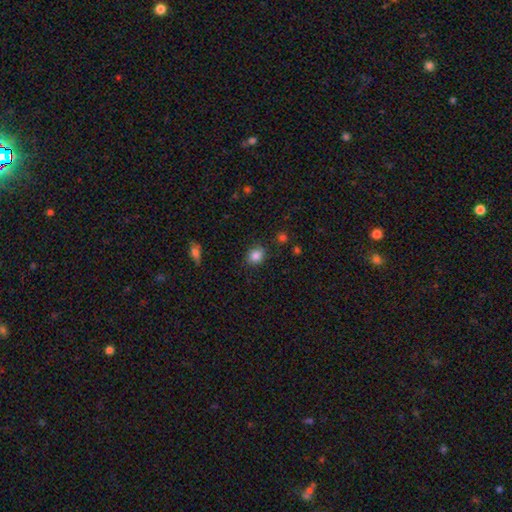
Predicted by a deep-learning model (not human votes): smooth-or-featured: smooth: 84% | star or artifact: 10% | featured or disk: 6%
  how-rounded: round: 58% | in between: 41% | cigar-shaped: 1%
  merging: none: 81% | minor disturbance: 14% | major disturbance: 3% | merger: 2%